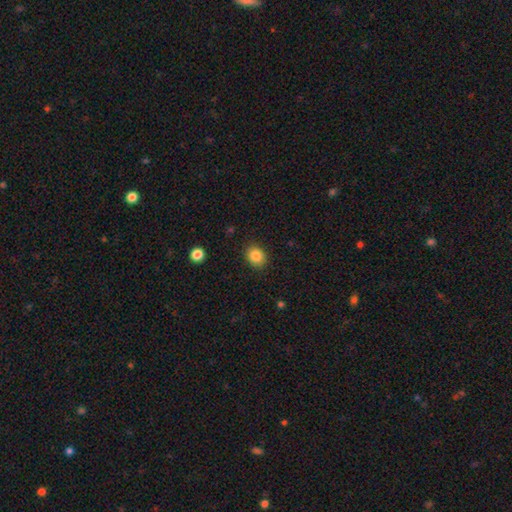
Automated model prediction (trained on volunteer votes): Smooth or featured? Predicted: smooth (p=0.85). How rounded? Predicted: round (p=0.53). Merging? Predicted: none (p=0.88).